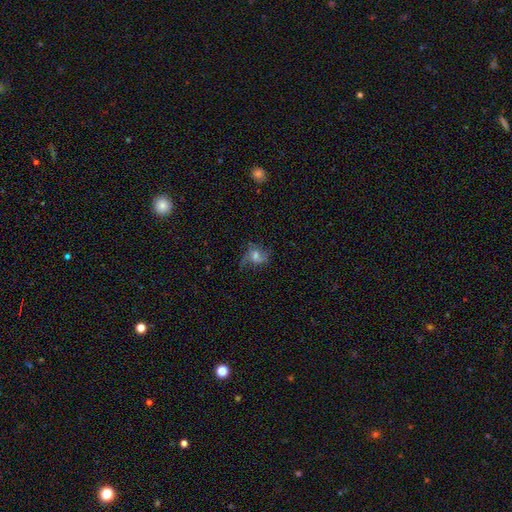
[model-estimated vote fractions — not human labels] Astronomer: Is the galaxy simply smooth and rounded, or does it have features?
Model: featured or disk — 53% (runner-up: smooth, 31%).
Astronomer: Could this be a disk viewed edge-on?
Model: no — 95%.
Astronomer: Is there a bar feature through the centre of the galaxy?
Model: no — 63%.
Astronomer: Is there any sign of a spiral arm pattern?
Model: yes — 80%.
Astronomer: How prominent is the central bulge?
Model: moderate — 56%.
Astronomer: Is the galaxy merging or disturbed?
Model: none — 55%.